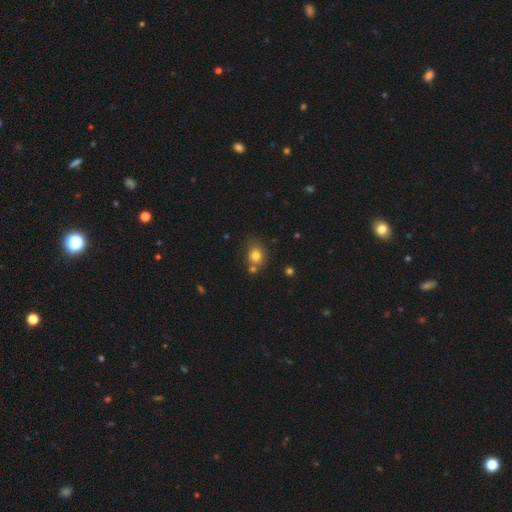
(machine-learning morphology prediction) Overall: smooth (79%). How rounded: round (65%; in between 34%). Merging: none (64%).